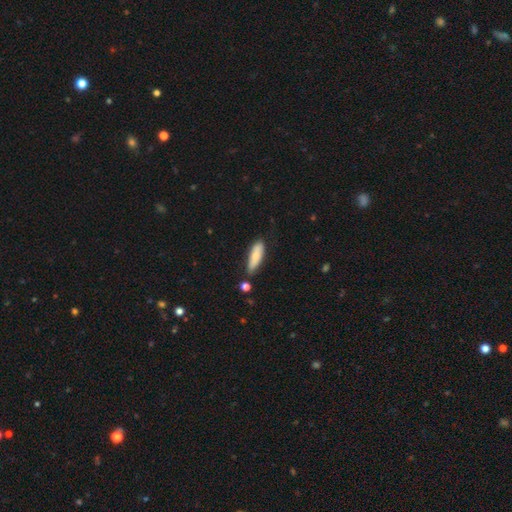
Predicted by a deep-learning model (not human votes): This appears to be a smooth galaxy with no disk features (77%) that is cigar-shaped (55%). Merging: none (70%).